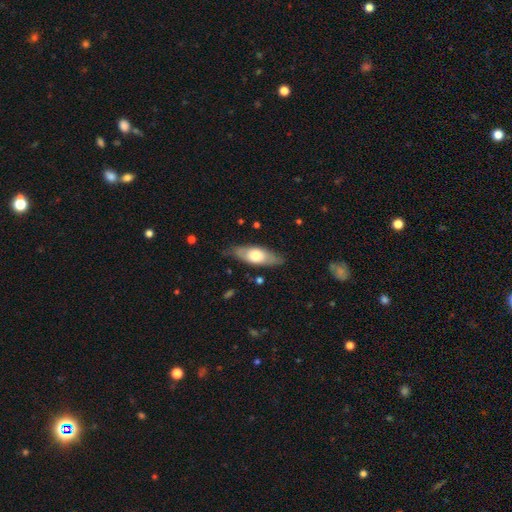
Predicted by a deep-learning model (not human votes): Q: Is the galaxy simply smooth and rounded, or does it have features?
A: smooth — 57%.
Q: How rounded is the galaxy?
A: in between — 71%.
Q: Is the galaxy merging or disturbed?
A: none — 79%.